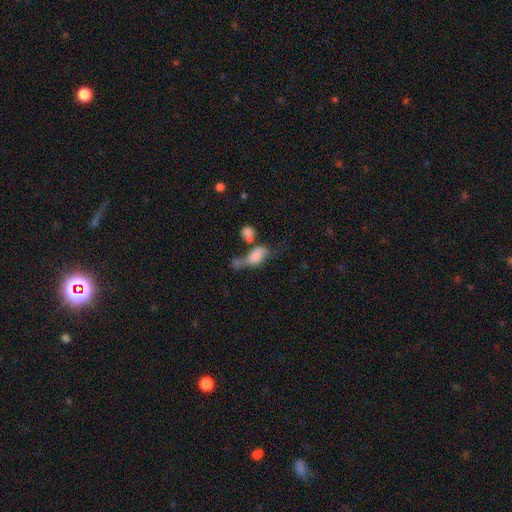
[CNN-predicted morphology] smooth 72%, featured or disk 18%, star or artifact 10%. Down the decision tree: how rounded — in between (84%); merging — merger (47%).